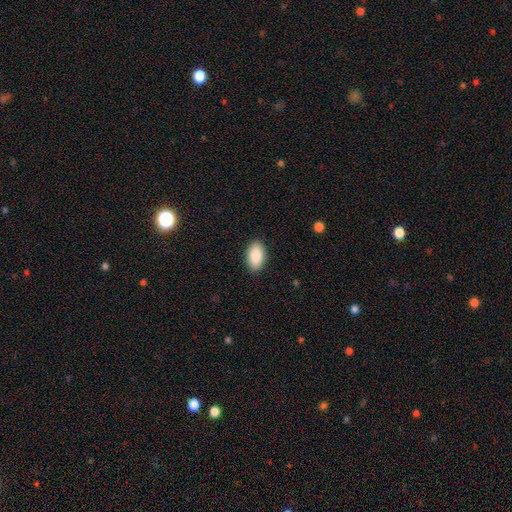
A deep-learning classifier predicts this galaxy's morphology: type=smooth (91%); roundness=in between (95%); merging=none (90%).